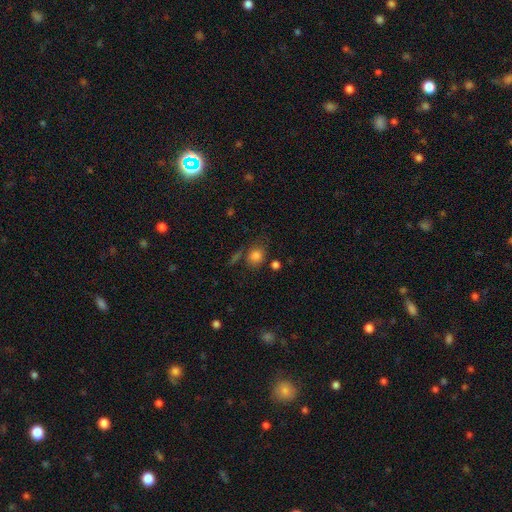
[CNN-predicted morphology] smooth 79%, star or artifact 13%, featured or disk 8%. Down the decision tree: how rounded — round (58%); merging — none (64%).